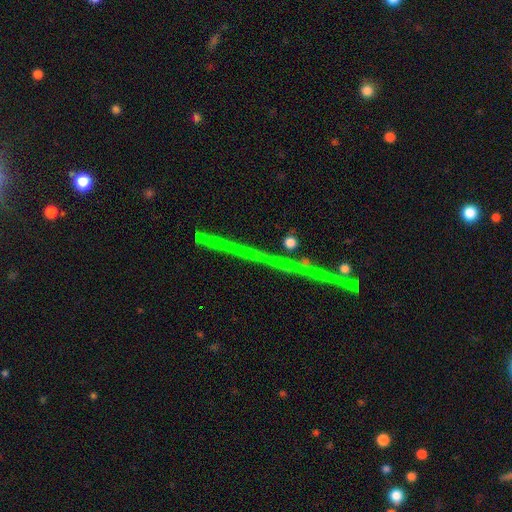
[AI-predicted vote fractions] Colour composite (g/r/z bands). It shows a star or artifact, not a galaxy (70%).